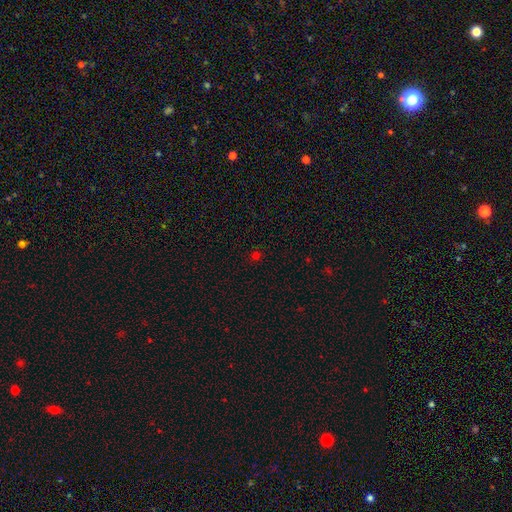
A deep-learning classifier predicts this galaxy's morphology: smooth_or_featured: smooth (p=0.62) [alt: star or artifact p=0.33]
how_rounded: round (p=0.88) [alt: in between p=0.11]
merging: none (p=0.87) [alt: minor disturbance p=0.08]